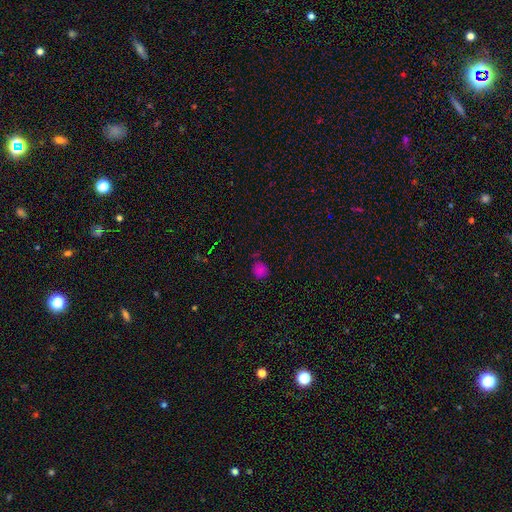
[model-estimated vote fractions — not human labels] A smooth galaxy with no disk features (66%) that is round (85%). Merging: none (74%).